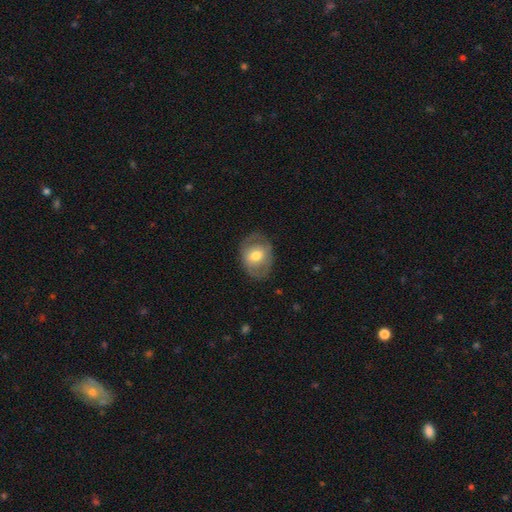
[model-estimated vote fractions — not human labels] This is possibly a smooth galaxy (54%). How rounded: likely in between (62%). Merging: likely none (73%).